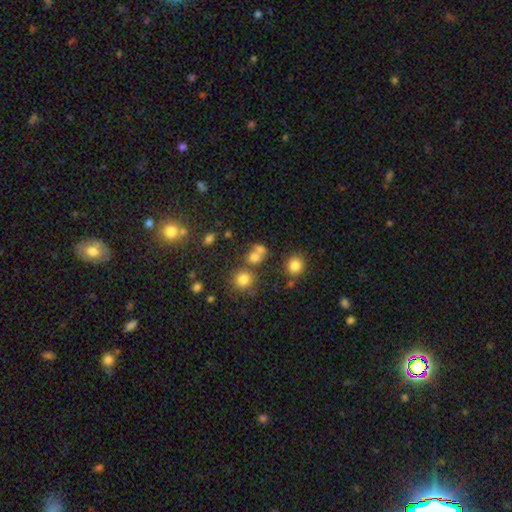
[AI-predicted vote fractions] The model was most divided on "merging": none: 45%, merger: 39%, minor disturbance: 10%, major disturbance: 6%. More confident: how rounded — round (72%); smooth or featured — smooth (69%).